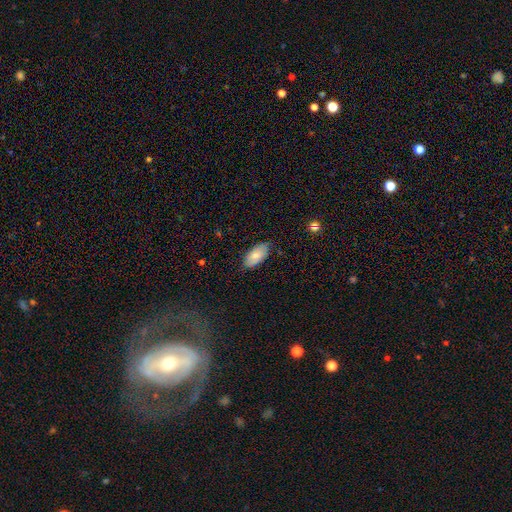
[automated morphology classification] smooth_or_featured: smooth (p=0.76) [alt: featured or disk p=0.18]
how_rounded: in between (p=0.93) [alt: cigar-shaped p=0.05]
merging: none (p=0.77) [alt: minor disturbance p=0.19]